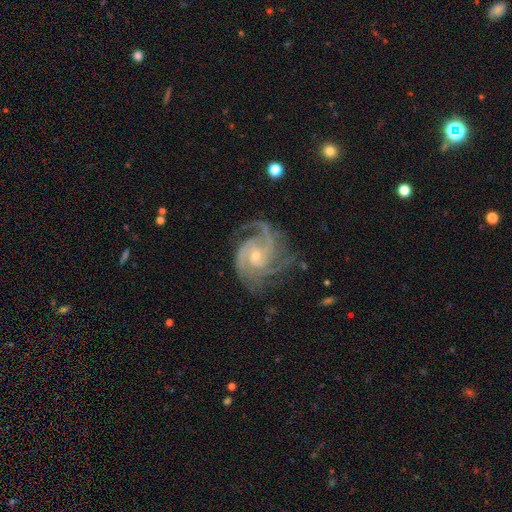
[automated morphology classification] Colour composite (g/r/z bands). It shows a featured or disk galaxy (92%) with no bar (67%), 3 (39%) tight (50%) spiral arms (98%) and a small central bulge (64%). Merging: none (66%).